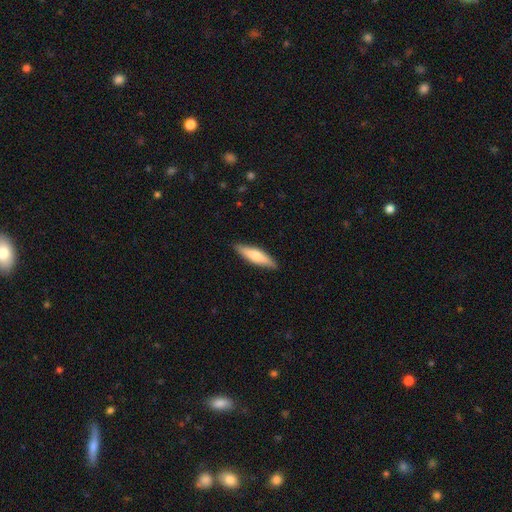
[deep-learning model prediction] Smooth or featured? smooth (63%)
How rounded? cigar-shaped (72%)
Merging? none (88%)